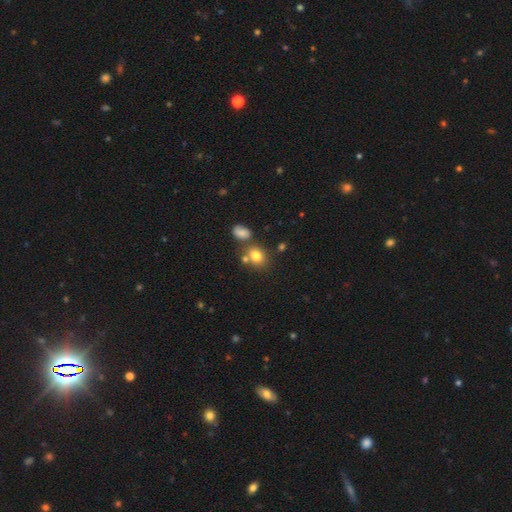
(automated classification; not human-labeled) Smooth or featured: smooth — 79% (star or artifact — 12%)
How rounded: round — 54% (in between — 45%)
Merging: none — 59% (merger — 23%)